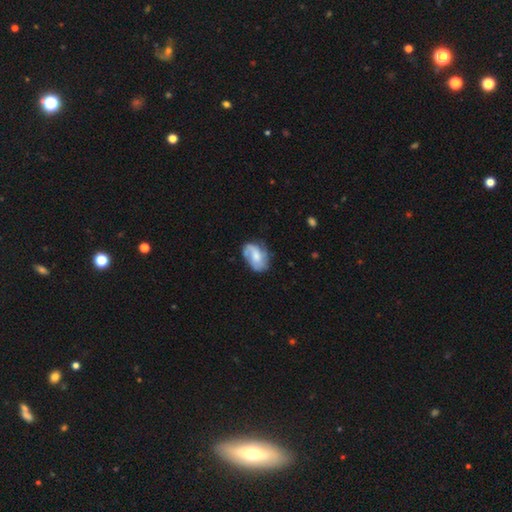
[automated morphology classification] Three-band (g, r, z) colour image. It shows a featured or disk galaxy (65%) with no bar (53%), 2 (52%) medium (42%) spiral arms (88%) and a moderate central bulge (44%). Merging: none (56%).